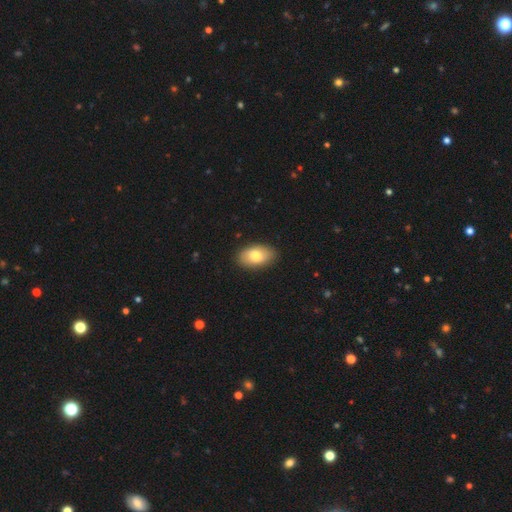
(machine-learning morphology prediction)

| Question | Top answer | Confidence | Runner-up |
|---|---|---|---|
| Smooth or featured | smooth | 78% | featured or disk (15%) |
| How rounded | in between | 93% | round (5%) |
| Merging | none | 87% | minor disturbance (10%) |